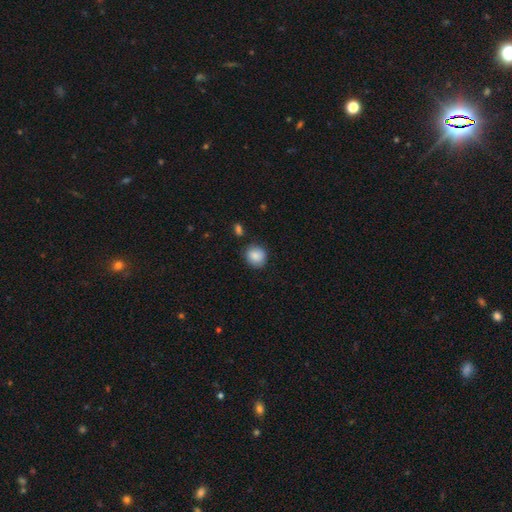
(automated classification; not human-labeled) Morphology: type=smooth (87%); roundness=round (82%); merging=none (82%).